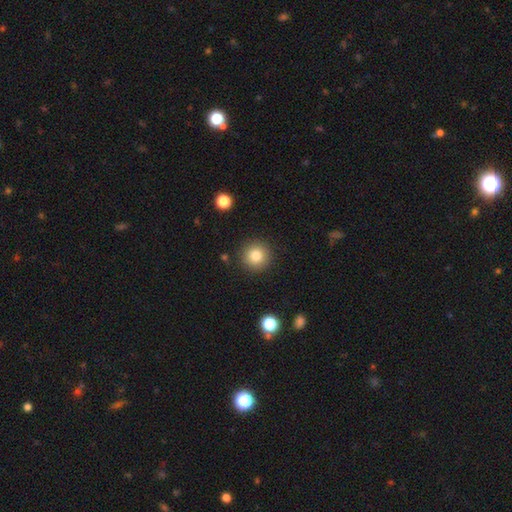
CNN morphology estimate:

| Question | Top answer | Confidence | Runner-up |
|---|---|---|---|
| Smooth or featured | smooth | 82% | star or artifact (10%) |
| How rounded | round | 95% | in between (4%) |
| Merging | none | 90% | minor disturbance (6%) |